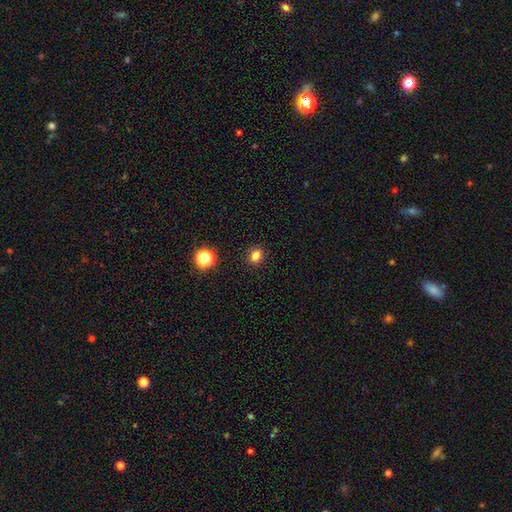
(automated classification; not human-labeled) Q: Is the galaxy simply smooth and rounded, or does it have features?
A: smooth — 80%.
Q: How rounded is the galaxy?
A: round — 63%.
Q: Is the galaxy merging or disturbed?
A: none — 90%.